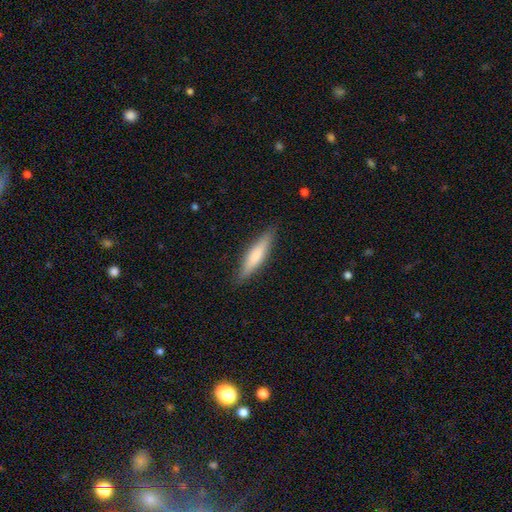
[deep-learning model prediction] Overall: smooth (69%). How rounded: cigar-shaped (81%). Merging: none (88%).